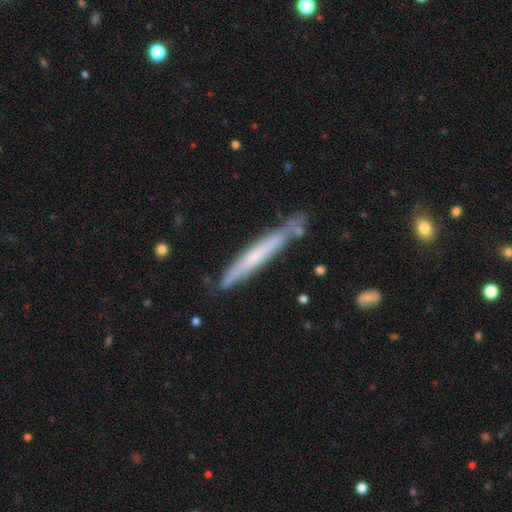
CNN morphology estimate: This appears to be a featured or disk galaxy (50%) viewed edge-on (90%). Merging: none (71%).